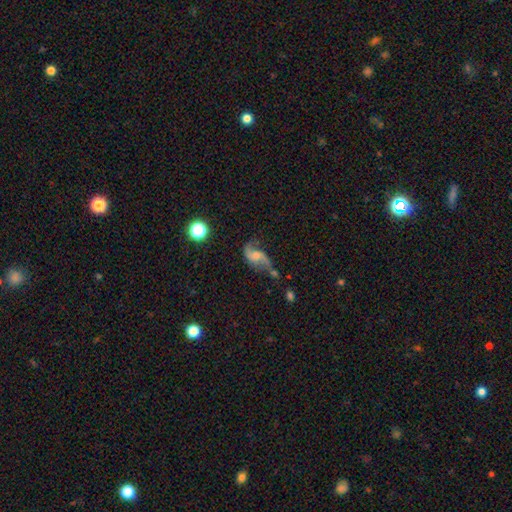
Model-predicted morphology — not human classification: Overall: featured or disk (75%). Edge-on disk: no (97%). Bar: no (54%; weak 37%). Spiral arms: yes (92%). Spiral arm count: 2 (90%). Spiral winding: loose (80%). Bulge size: small (43%; moderate 33%). Merging: none (49%; minor disturbance 23%).